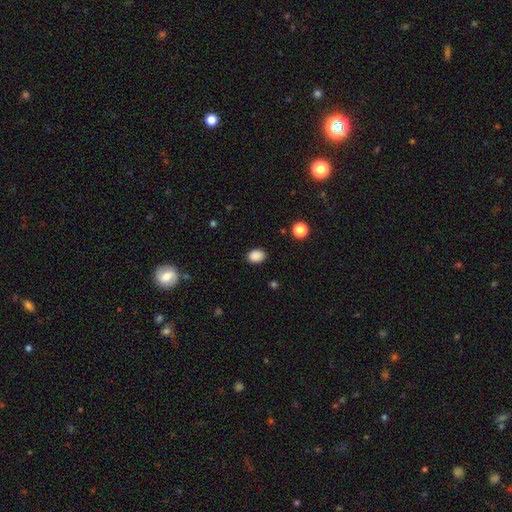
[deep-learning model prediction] smooth 88%, star or artifact 10%, featured or disk 3%. Down the decision tree: how rounded — in between (68%); merging — none (87%).